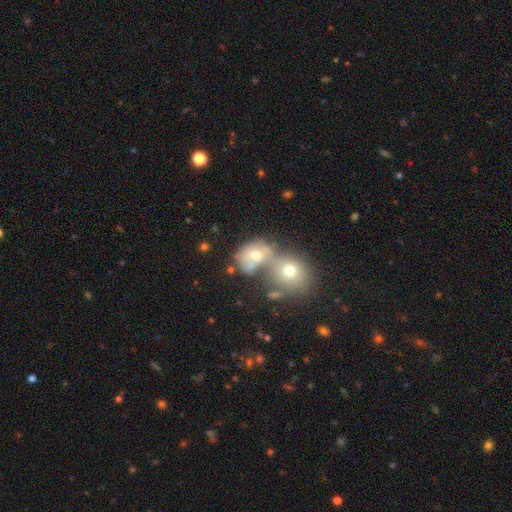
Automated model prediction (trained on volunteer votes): This is possibly a smooth galaxy (56%). How rounded: possibly round (58%). Merging: likely merger (64%).